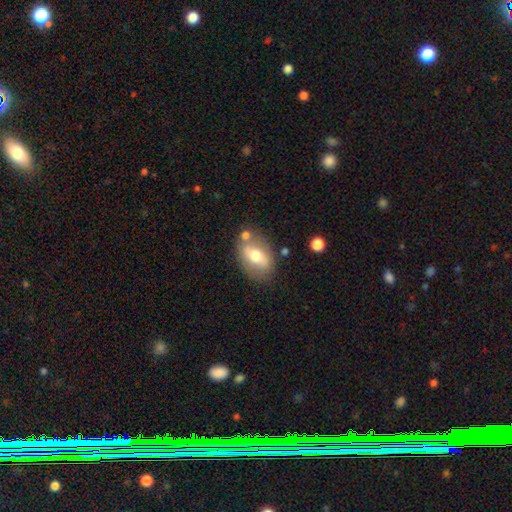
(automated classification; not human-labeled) A smooth galaxy with no disk features (56%) that is in between round and cigar-shaped (85%). Merging: none (70%).